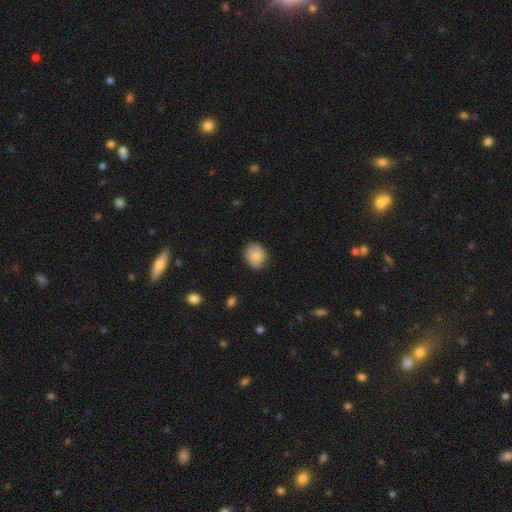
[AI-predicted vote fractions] Smooth or featured?
  - smooth: 80% *
  - featured or disk: 12%
  - star or artifact: 8%
How rounded?
  - round: 64% *
  - in between: 35%
  - cigar-shaped: 1%
Merging?
  - none: 69% *
  - minor disturbance: 25%
  - major disturbance: 4%
  - merger: 2%